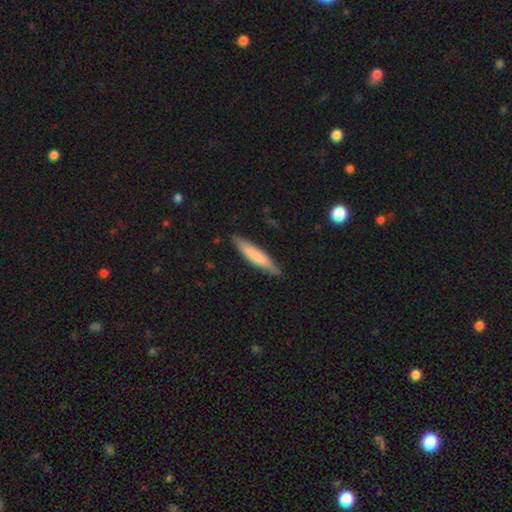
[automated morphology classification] A smooth galaxy with no disk features (75%) that is cigar-shaped (88%).

Vote fractions:
- Smooth or featured? smooth: 75% / featured or disk: 20% / star or artifact: 5%
- How rounded? cigar-shaped: 88% / in between: 11% / round: 1%
- Merging? none: 86% / minor disturbance: 11% / major disturbance: 2% / merger: 1%